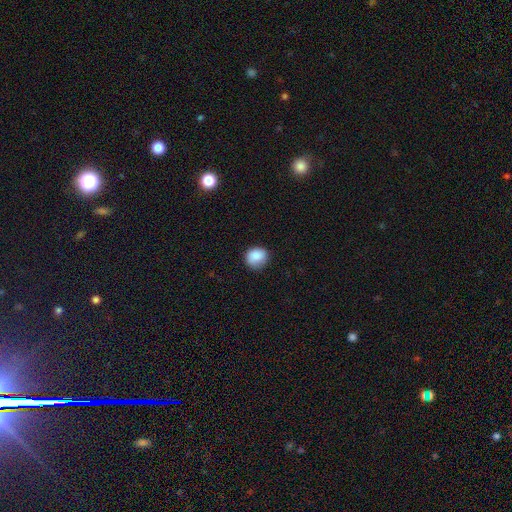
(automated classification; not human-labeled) smooth 86%, star or artifact 8%, featured or disk 6%. Down the decision tree: how rounded — round (79%); merging — none (78%).